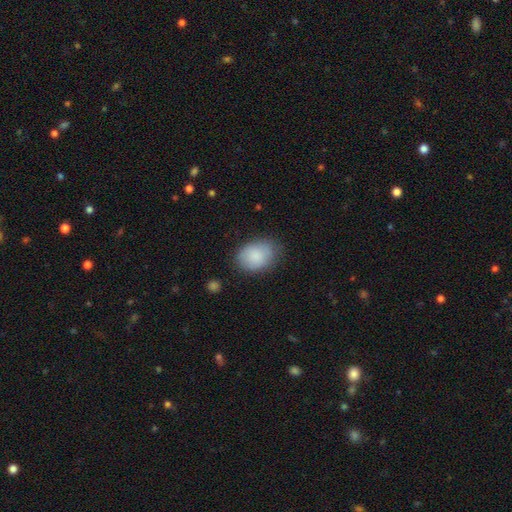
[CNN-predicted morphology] smooth 85%, featured or disk 9%, star or artifact 6%. Down the decision tree: how rounded — in between (69%); merging — none (72%).